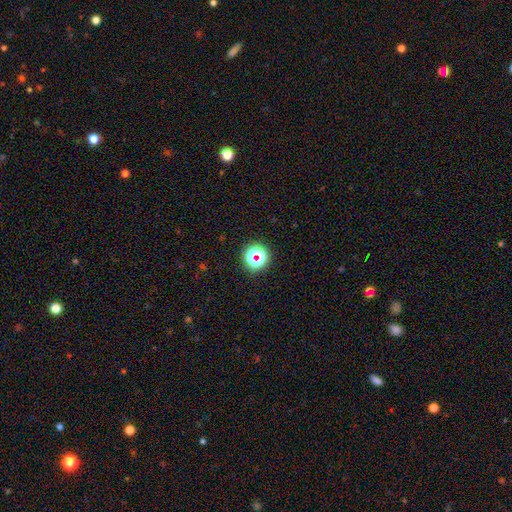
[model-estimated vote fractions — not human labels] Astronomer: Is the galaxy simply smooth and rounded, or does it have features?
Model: star or artifact — 54% (runner-up: smooth, 36%).